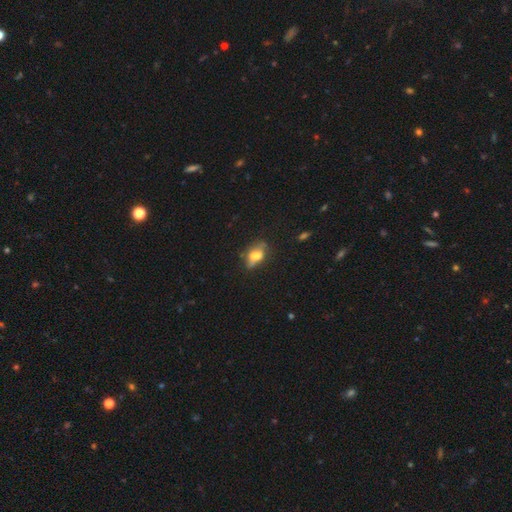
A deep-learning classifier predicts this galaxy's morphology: Smooth or featured?
  - smooth: 52% *
  - featured or disk: 36%
  - star or artifact: 12%
How rounded?
  - in between: 76% *
  - round: 16%
  - cigar-shaped: 8%
Merging?
  - none: 42% *
  - merger: 24%
  - minor disturbance: 21%
  - major disturbance: 13%